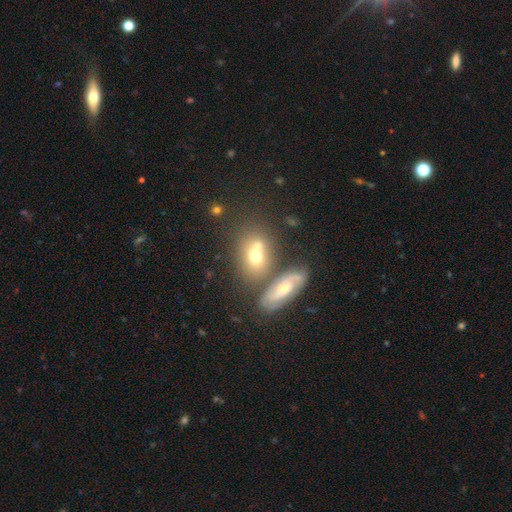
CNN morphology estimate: The model was most divided on "merging": none: 45%, merger: 38%, minor disturbance: 12%, major disturbance: 5%. More confident: smooth or featured — smooth (60%); how rounded — in between (60%).